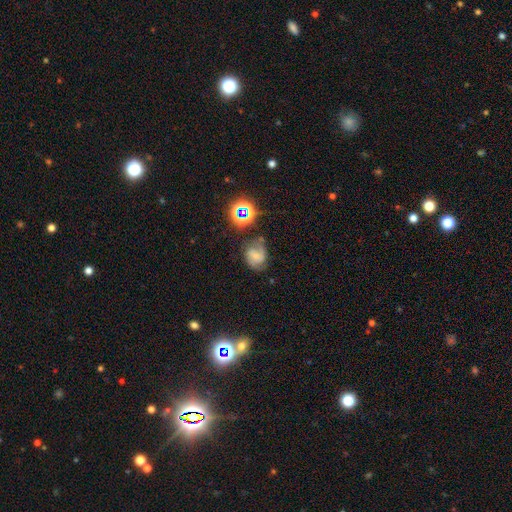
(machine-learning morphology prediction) The model was most divided on "smooth or featured": featured or disk: 51%, smooth: 32%, star or artifact: 17%. More confident: edge-on disk — no (97%); merging — none (52%).